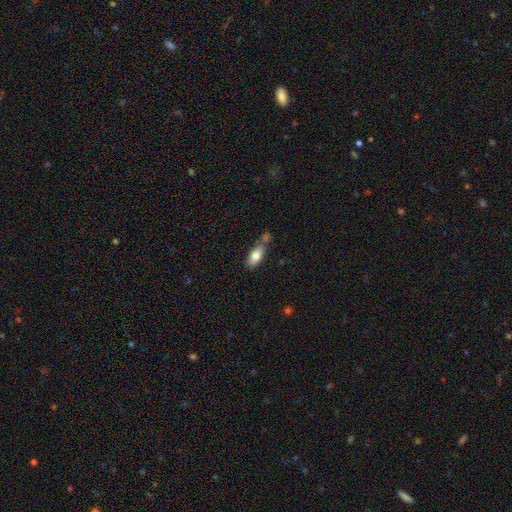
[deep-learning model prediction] A smooth galaxy with no disk features (79%) that is in between round and cigar-shaped (84%).

Vote fractions:
- Smooth or featured? smooth: 79% / featured or disk: 14% / star or artifact: 7%
- How rounded? in between: 84% / cigar-shaped: 13% / round: 3%
- Merging? none: 54% / merger: 24% / minor disturbance: 17% / major disturbance: 5%